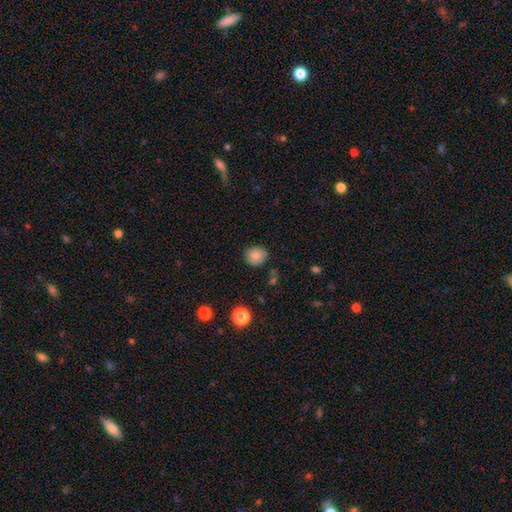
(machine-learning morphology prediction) A smooth galaxy with no disk features (85%) that is round (82%).

Vote fractions:
- Smooth or featured? smooth: 85% / star or artifact: 9% / featured or disk: 6%
- How rounded? round: 82% / in between: 17% / cigar-shaped: 1%
- Merging? none: 83% / minor disturbance: 12% / major disturbance: 3% / merger: 2%